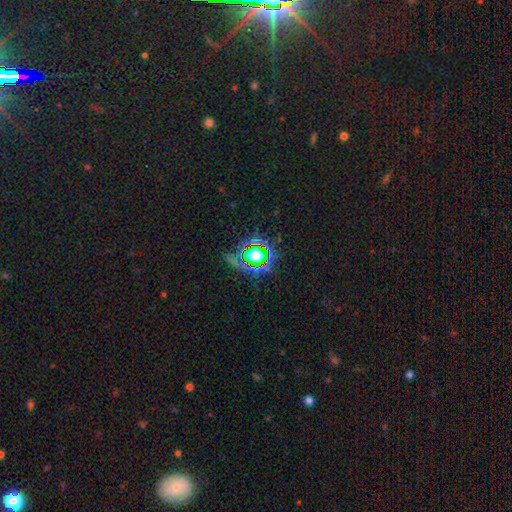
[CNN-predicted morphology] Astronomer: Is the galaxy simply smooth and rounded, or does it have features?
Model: star or artifact — 78%.